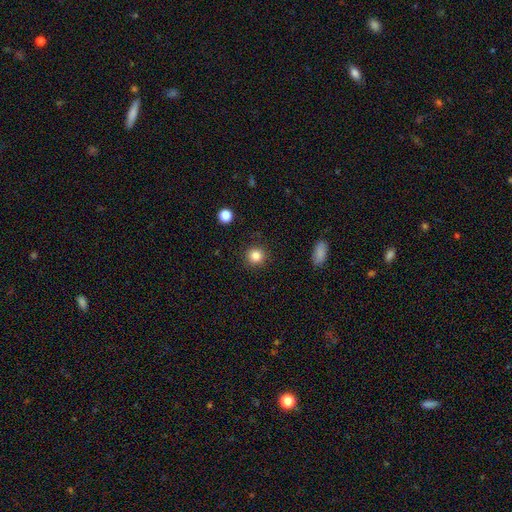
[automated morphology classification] Smooth or featured? smooth (85%)
How rounded? round (93%)
Merging? none (91%)